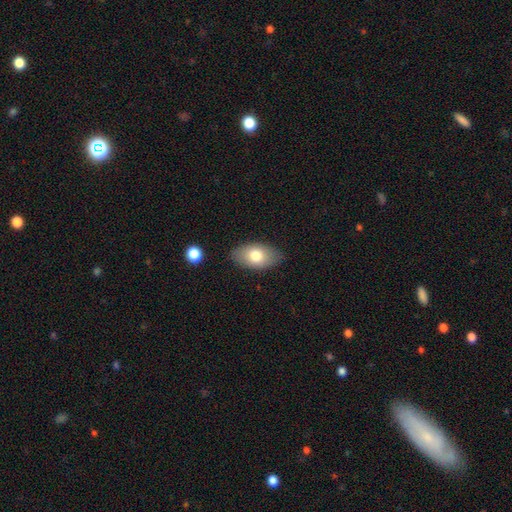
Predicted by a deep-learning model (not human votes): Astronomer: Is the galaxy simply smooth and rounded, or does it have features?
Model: smooth — 75%.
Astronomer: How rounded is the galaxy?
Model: in between — 92%.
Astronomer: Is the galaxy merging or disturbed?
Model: none — 82%.